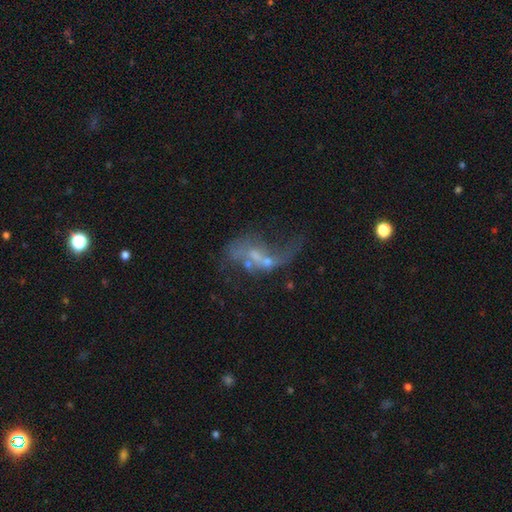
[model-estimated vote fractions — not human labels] Smooth or featured? featured or disk (73%)
Edge-on disk? no (95%)
Bar? no (55%)
Spiral arms? yes (63%)
Bulge size? small (44%)
Merging? major disturbance (30%, tied with merger)